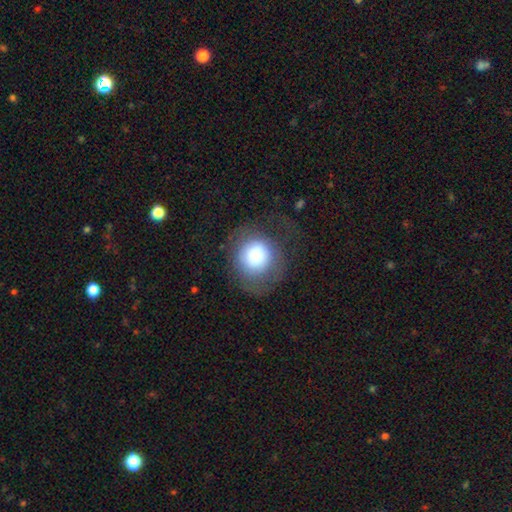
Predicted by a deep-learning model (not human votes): smooth 69%, featured or disk 22%, star or artifact 9%. Down the decision tree: how rounded — round (84%); merging — none (51%).